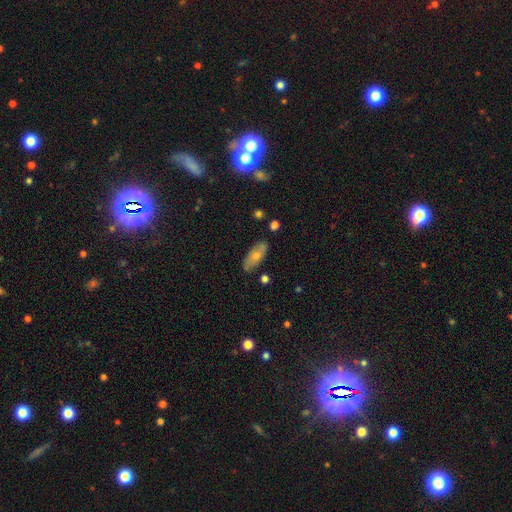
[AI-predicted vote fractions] Overall: smooth (66%; featured or disk 28%). How rounded: in between (83%). Merging: none (83%).